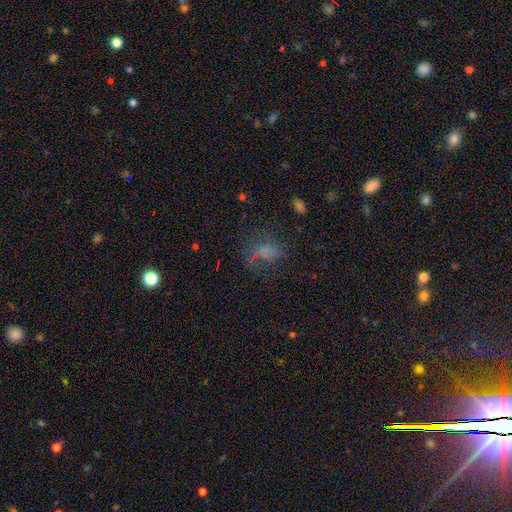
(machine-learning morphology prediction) A smooth galaxy with no disk features (59%) that is in between round and cigar-shaped (57%).

Vote fractions:
- Smooth or featured? smooth: 59% / star or artifact: 25% / featured or disk: 15%
- How rounded? in between: 57% / round: 41% / cigar-shaped: 2%
- Merging? none: 56% / major disturbance: 20% / minor disturbance: 19% / merger: 4%